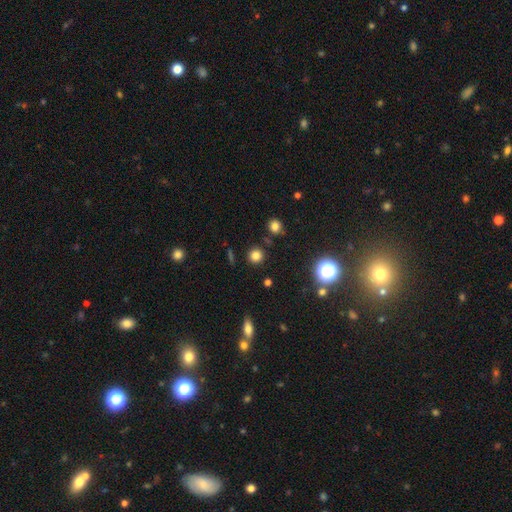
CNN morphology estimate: type=smooth (78%); roundness=round (91%); merging=none (88%).